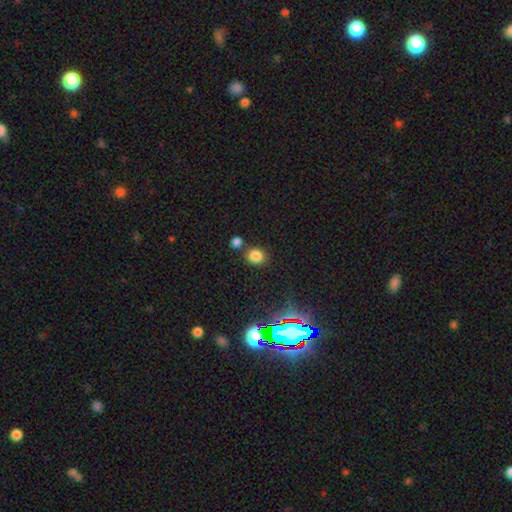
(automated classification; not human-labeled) Smooth or featured?
  - smooth: 79% *
  - star or artifact: 16%
  - featured or disk: 6%
How rounded?
  - round: 72% *
  - in between: 26%
  - cigar-shaped: 1%
Merging?
  - none: 73% *
  - merger: 14%
  - minor disturbance: 10%
  - major disturbance: 3%